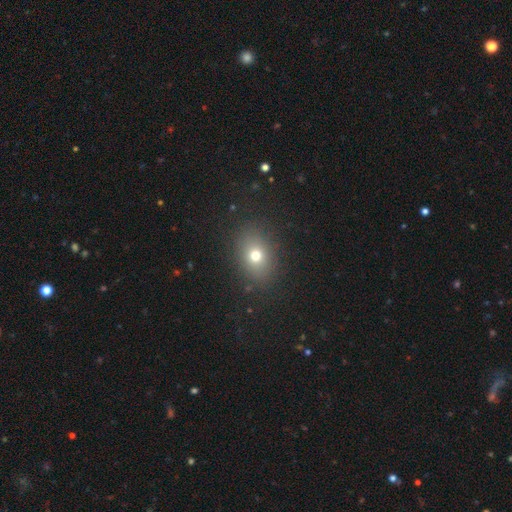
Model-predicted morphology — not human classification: Smooth or featured? smooth (71%)
How rounded? in between (57%)
Merging? none (85%)